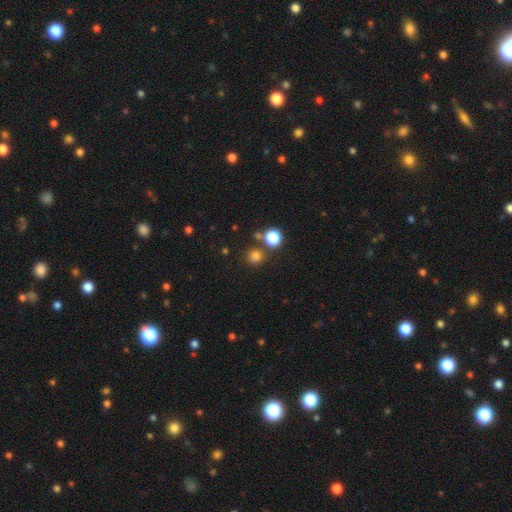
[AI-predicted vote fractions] smooth_or_featured: smooth (p=0.78) [alt: star or artifact p=0.17]
how_rounded: round (p=0.89) [alt: in between p=0.10]
merging: none (p=0.75) [alt: merger p=0.13]